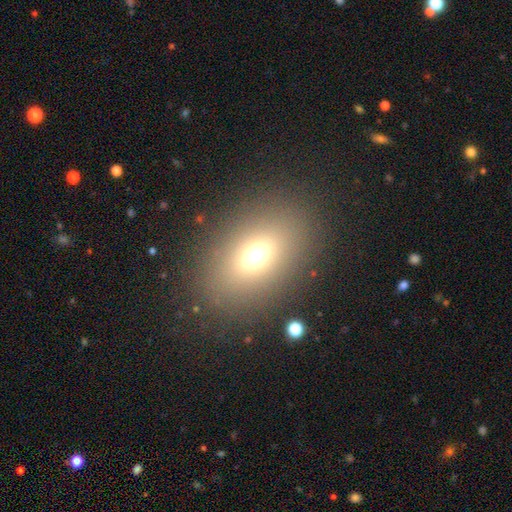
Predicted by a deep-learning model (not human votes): A smooth galaxy with no disk features (65%) that is in between round and cigar-shaped (71%). Merging: none (84%).